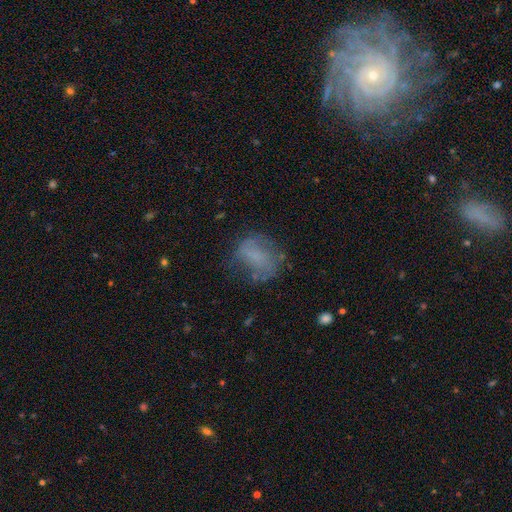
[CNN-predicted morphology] type=smooth (52%); roundness=in between (60%); merging=none (51%).